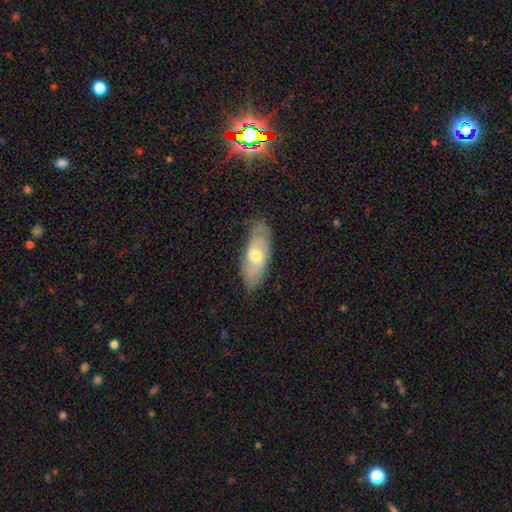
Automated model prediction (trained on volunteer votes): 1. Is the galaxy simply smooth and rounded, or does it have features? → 53% featured or disk, 40% smooth, 7% star or artifact.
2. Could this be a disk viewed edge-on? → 82% no, 18% yes.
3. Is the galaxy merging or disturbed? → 76% none, 19% minor disturbance, 4% major disturbance, 1% merger.